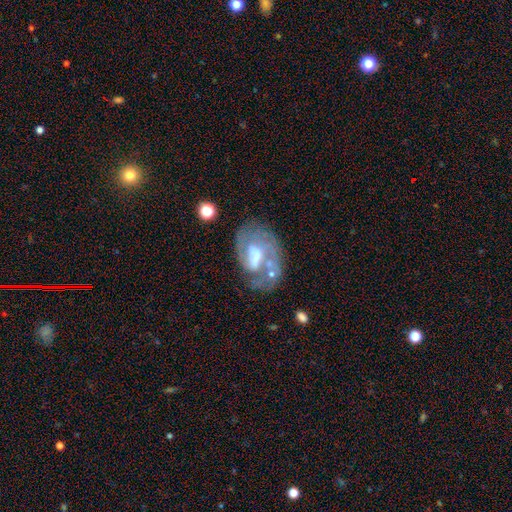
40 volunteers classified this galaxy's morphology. smooth-or-featured: featured or disk: 80% | smooth: 10% | star or artifact: 10%
  disk-edge-on: no: 91% | yes: 9%
    bar: weak: 45% | no: 38% | strong: 17%
    has-spiral-arms: yes: 83% | no: 17%
      spiral-winding: tight: 50% | medium: 33% | loose: 17%
      spiral-arm-count: can't tell: 42% | 2: 25% | 1: 21% | 3: 12% | 4: 0% | more than 4: 0%
    bulge-size: moderate: 52% | small: 24% | none: 14% | large: 7% | dominant: 3%
  merging: none: 67% | minor disturbance: 19% | major disturbance: 8% | merger: 6%